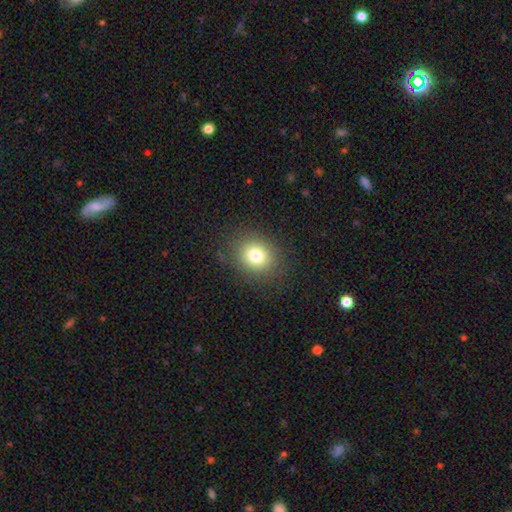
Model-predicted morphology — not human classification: This appears to be a smooth galaxy with no disk features (78%) that is round (68%). Merging: none (85%).